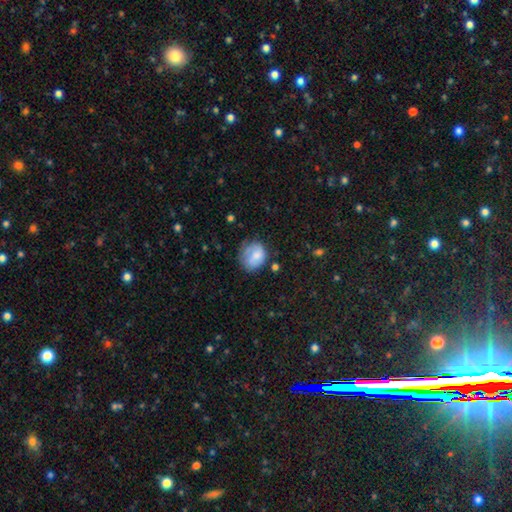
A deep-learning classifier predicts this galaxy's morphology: smooth-or-featured: smooth: 73% | featured or disk: 19% | star or artifact: 8%
  how-rounded: round: 64% | in between: 35% | cigar-shaped: 1%
  merging: none: 53% | minor disturbance: 30% | major disturbance: 13% | merger: 3%